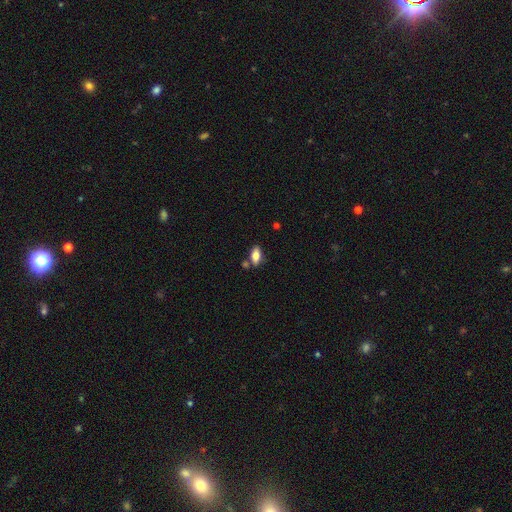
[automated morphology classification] Smooth or featured? smooth (74%)
How rounded? in between (85%)
Merging? none (74%)